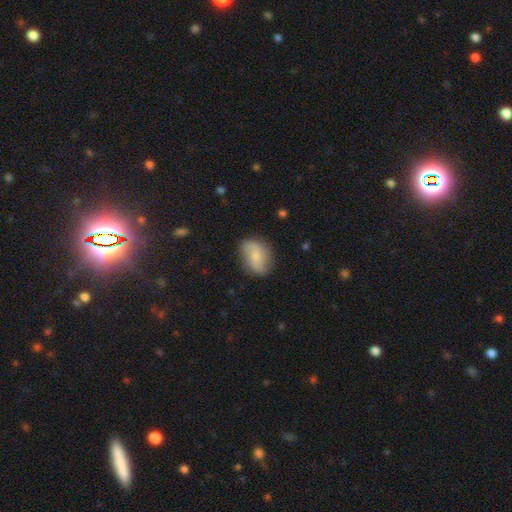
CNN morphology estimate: Smooth or featured? Predicted: smooth (p=0.49). Merging? Predicted: none (p=0.76).